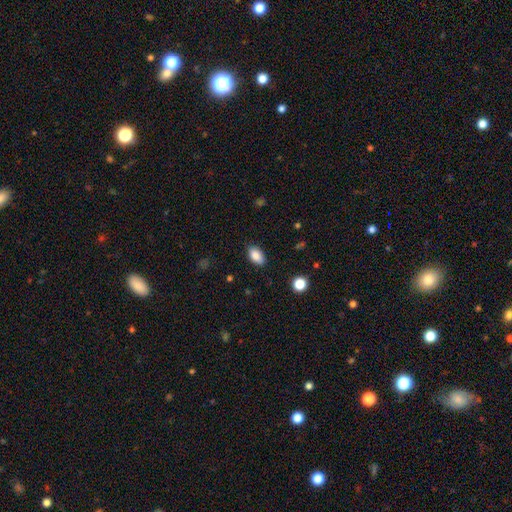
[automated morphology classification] Smooth or featured: smooth — 87% (star or artifact — 8%)
How rounded: in between — 92% (round — 6%)
Merging: none — 86% (minor disturbance — 10%)